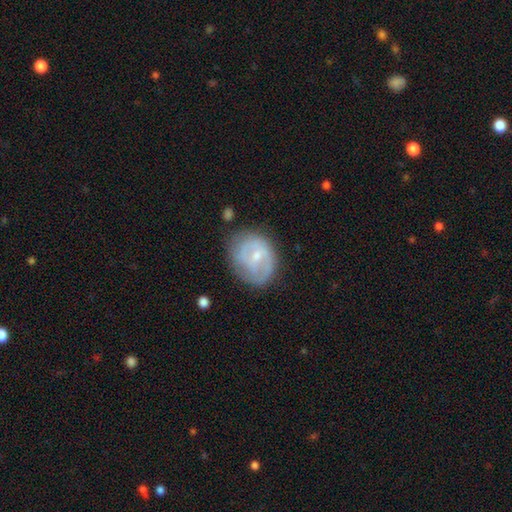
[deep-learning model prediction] Overall: featured or disk (68%). Edge-on disk: no (97%). Bar: weak (45%; no 44%). Spiral arms: yes (78%). Spiral arm count: 2 (51%; can't tell 28%). Spiral winding: tight (42%; medium 40%). Bulge size: small (55%; moderate 40%). Merging: none (64%; minor disturbance 24%).